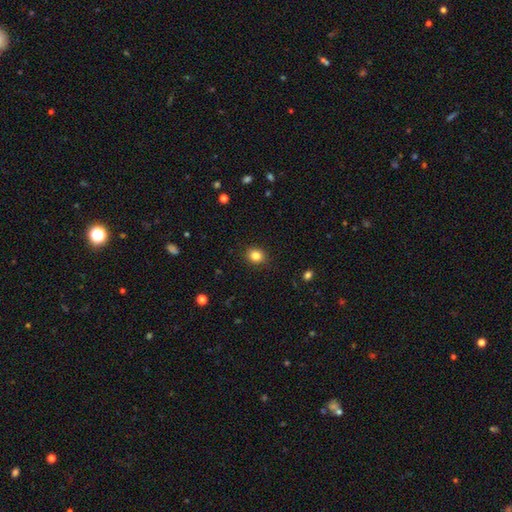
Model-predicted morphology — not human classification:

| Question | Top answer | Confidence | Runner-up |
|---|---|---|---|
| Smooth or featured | smooth | 84% | star or artifact (11%) |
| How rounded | round | 66% | in between (33%) |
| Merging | none | 90% | minor disturbance (7%) |